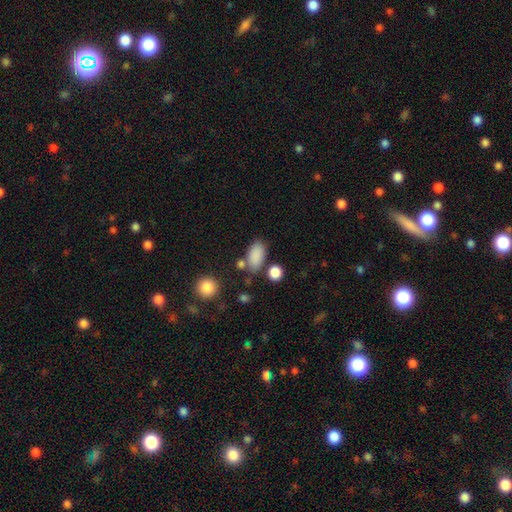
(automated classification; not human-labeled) This appears to be a smooth galaxy with no disk features (86%) that is in between round and cigar-shaped (90%). Merging: none (69%).